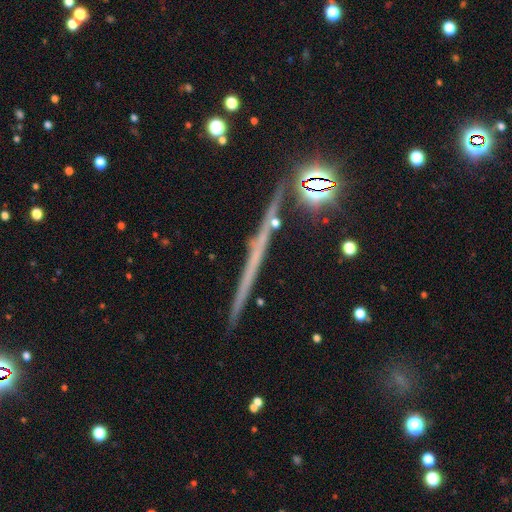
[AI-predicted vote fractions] Smooth or featured?
  - featured or disk: 59% *
  - smooth: 24%
  - star or artifact: 17%
Edge-on disk?
  - yes: 96% *
  - no: 4%
Edge-on bulge?
  - none: 83% *
  - rounded: 12%
  - boxy: 5%
Merging?
  - none: 86% *
  - minor disturbance: 9%
  - merger: 3%
  - major disturbance: 3%